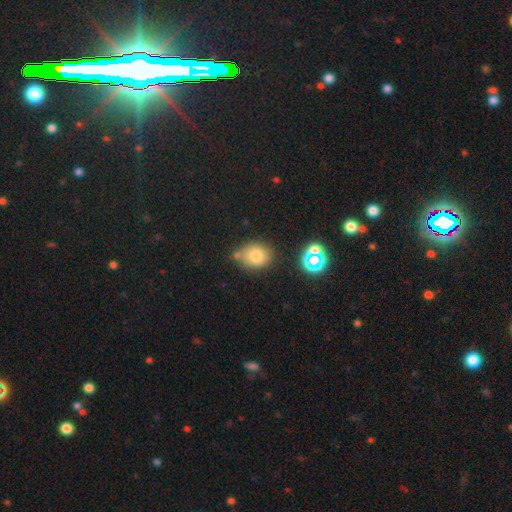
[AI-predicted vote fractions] Smooth or featured? smooth (76%)
How rounded? round (52%)
Merging? none (66%)